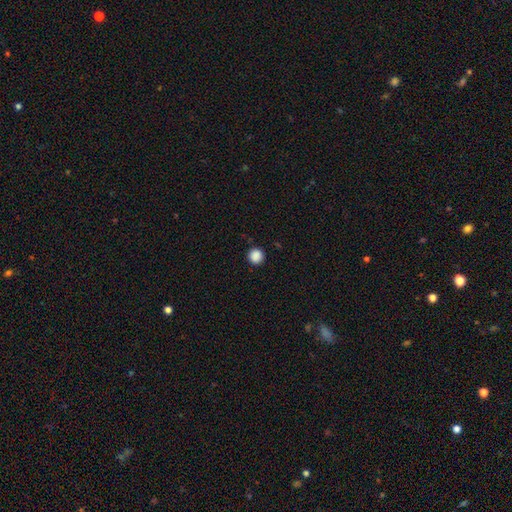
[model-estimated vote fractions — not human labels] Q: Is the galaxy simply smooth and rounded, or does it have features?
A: smooth — 88%.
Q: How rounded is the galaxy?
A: round — 95%.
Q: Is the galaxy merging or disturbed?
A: none — 92%.